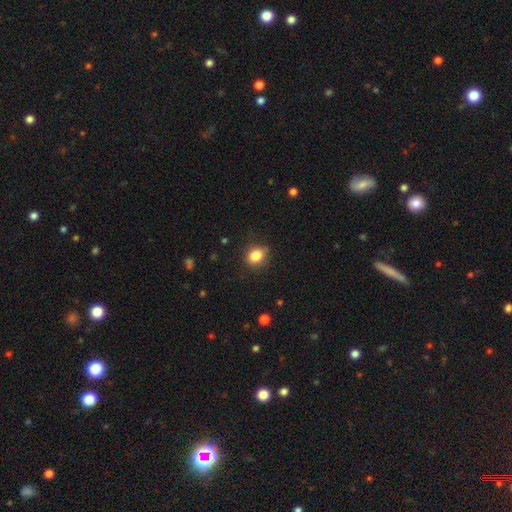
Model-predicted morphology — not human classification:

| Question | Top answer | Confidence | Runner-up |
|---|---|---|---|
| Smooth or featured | smooth | 84% | star or artifact (10%) |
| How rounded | round | 61% | in between (38%) |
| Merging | none | 80% | minor disturbance (15%) |